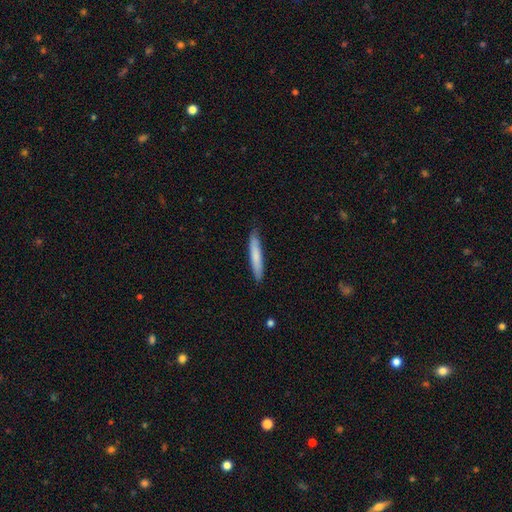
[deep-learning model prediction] A smooth galaxy with no disk features (74%) that is cigar-shaped (94%). Merging: none (87%).